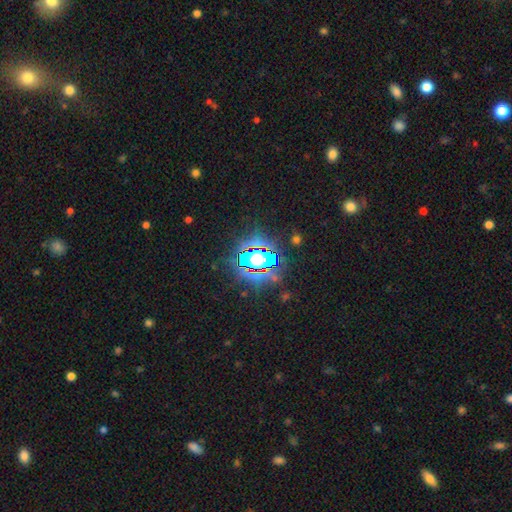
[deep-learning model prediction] Smooth or featured? Predicted: star or artifact (p=0.79).